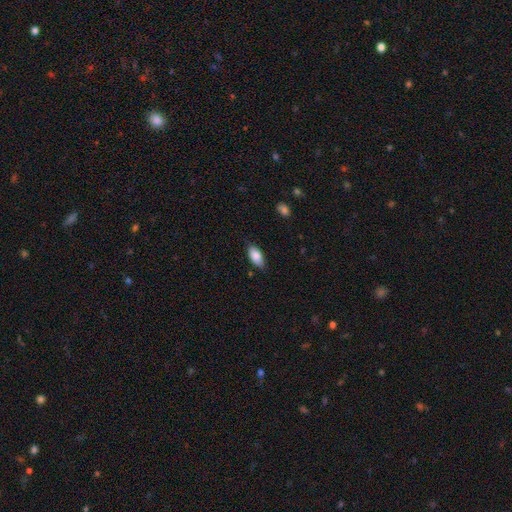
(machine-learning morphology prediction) A smooth galaxy with no disk features (86%) that is in between round and cigar-shaped (90%). Merging: none (83%).